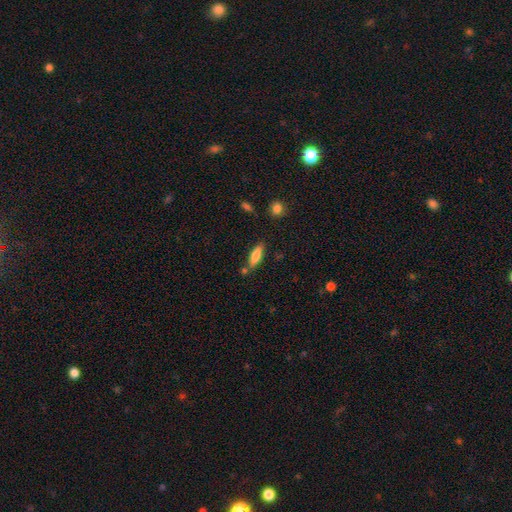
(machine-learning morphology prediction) A smooth galaxy with no disk features (79%) that is in between round and cigar-shaped (51%). Merging: none (73%).